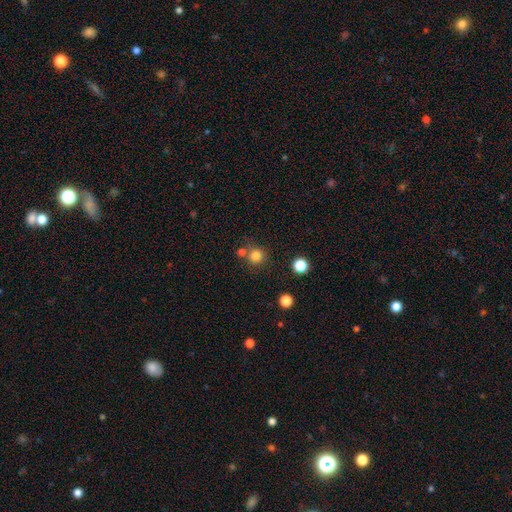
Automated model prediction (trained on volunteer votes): Smooth or featured? smooth (81%)
How rounded? round (93%)
Merging? none (71%)